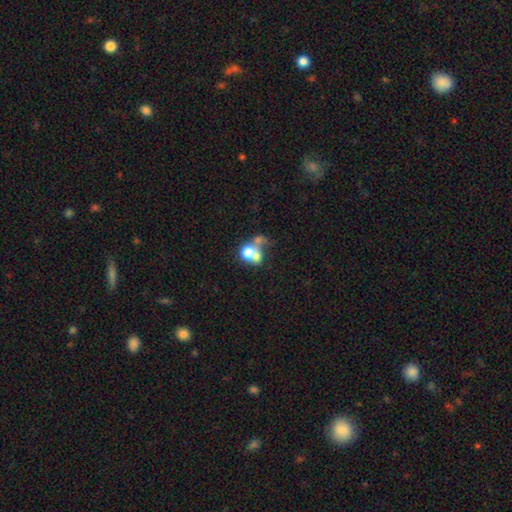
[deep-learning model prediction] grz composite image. It shows a smooth galaxy with no disk features (63%) that is round (64%). Merging: merger (63%).